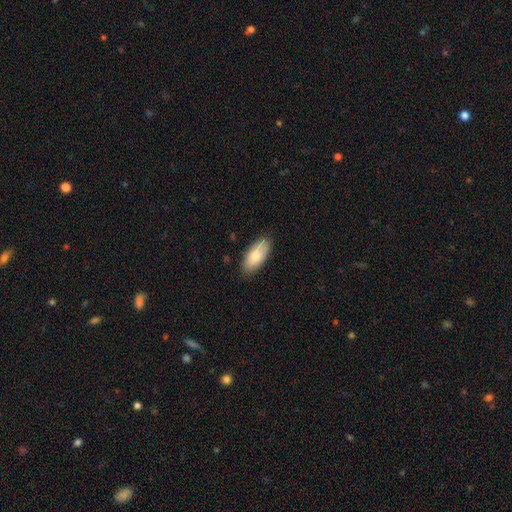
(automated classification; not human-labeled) A smooth galaxy with no disk features (79%) that is in between round and cigar-shaped (89%). Merging: none (84%).